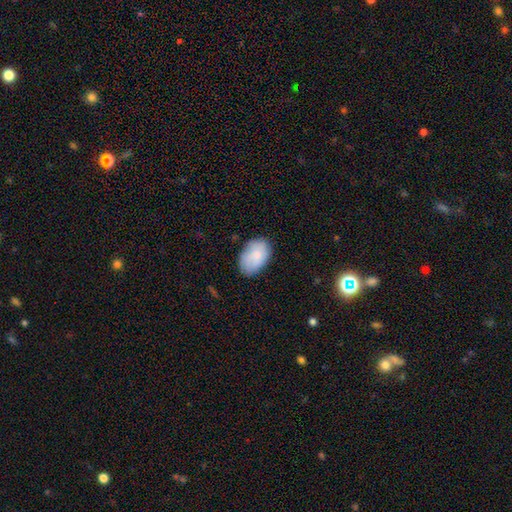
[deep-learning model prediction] A smooth galaxy with no disk features (78%) that is in between round and cigar-shaped (87%). Merging: none (73%).